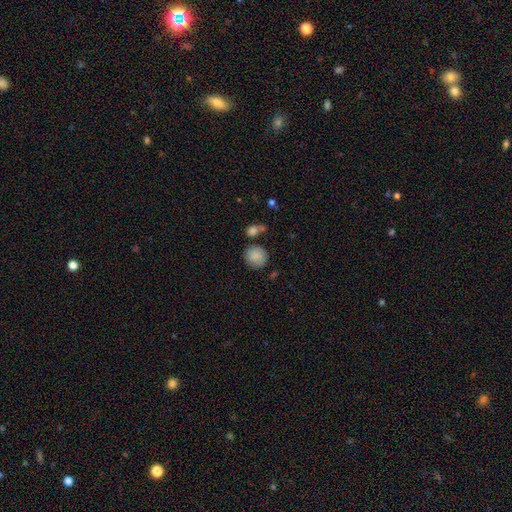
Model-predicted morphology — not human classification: smooth 87%, star or artifact 8%, featured or disk 6%. Down the decision tree: how rounded — round (87%); merging — none (70%).